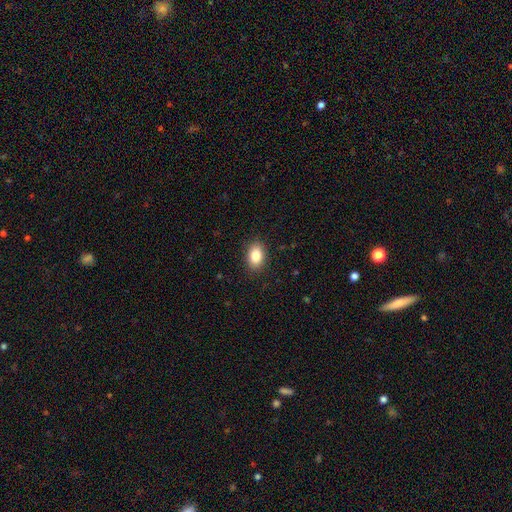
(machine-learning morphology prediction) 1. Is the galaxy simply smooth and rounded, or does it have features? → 84% smooth, 8% star or artifact, 7% featured or disk.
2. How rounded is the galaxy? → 83% in between, 16% round, 1% cigar-shaped.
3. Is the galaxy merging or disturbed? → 89% none, 8% minor disturbance, 2% major disturbance, 1% merger.